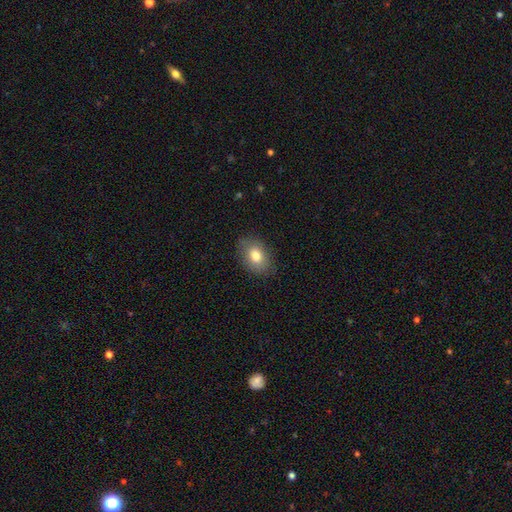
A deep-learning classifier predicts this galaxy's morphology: smooth 80%, featured or disk 12%, star or artifact 8%. Down the decision tree: how rounded — in between (79%); merging — none (83%).